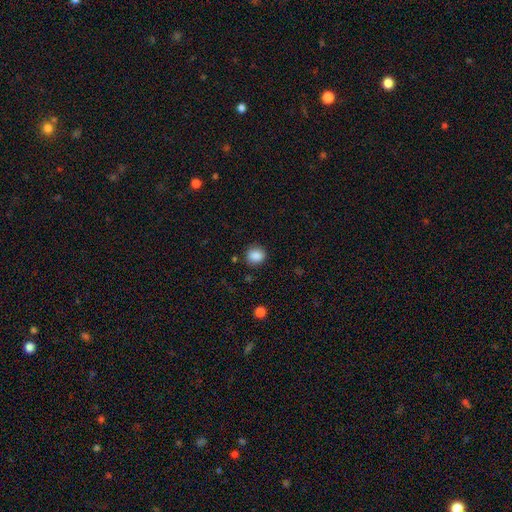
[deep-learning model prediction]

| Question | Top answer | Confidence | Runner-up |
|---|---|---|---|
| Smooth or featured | smooth | 87% | star or artifact (10%) |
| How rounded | round | 78% | in between (21%) |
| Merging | none | 85% | minor disturbance (10%) |